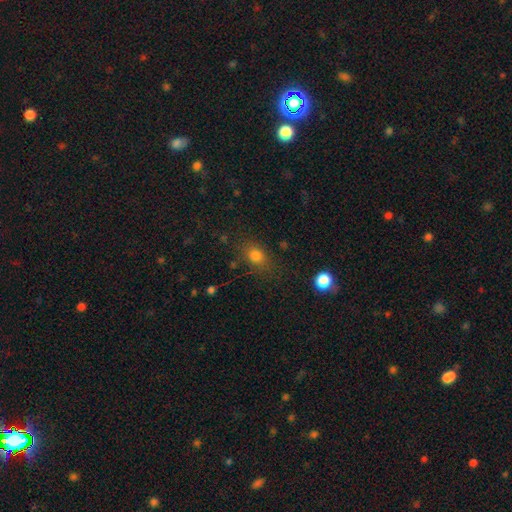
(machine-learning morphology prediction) This is likely a smooth galaxy (78%). How rounded: possibly in between (53%). Merging: likely none (77%).